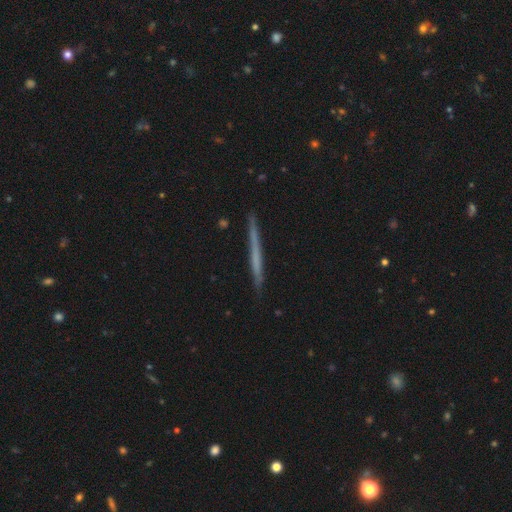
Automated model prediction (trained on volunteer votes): A featured or disk galaxy (48%). Merging: none (90%).